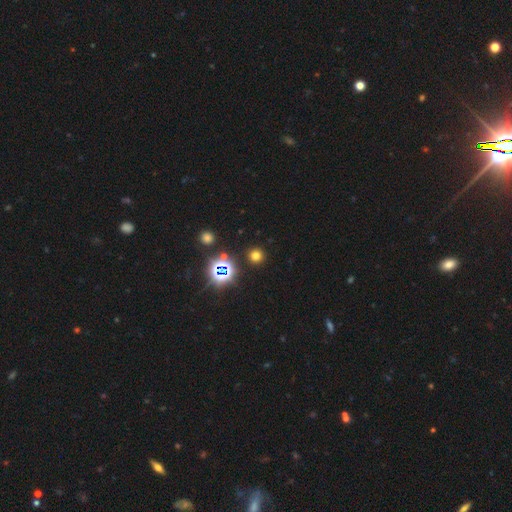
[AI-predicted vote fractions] Overall: smooth (66%; star or artifact 28%). How rounded: round (94%). Merging: none (90%).